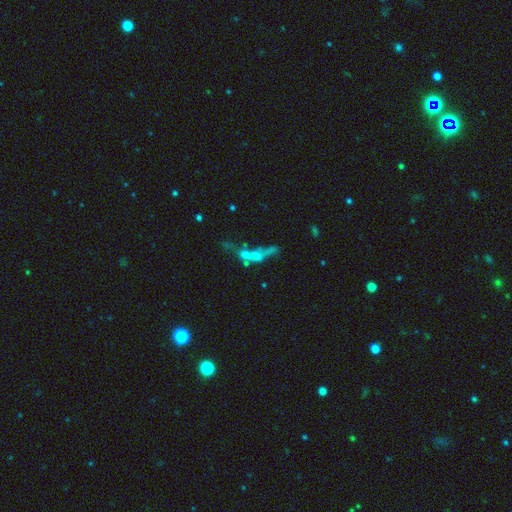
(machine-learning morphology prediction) Smooth or featured?
  - featured or disk: 50% *
  - smooth: 29%
  - star or artifact: 21%
Edge-on disk?
  - no: 79% *
  - yes: 21%
Merging?
  - merger: 46% *
  - none: 25%
  - major disturbance: 19%
  - minor disturbance: 10%